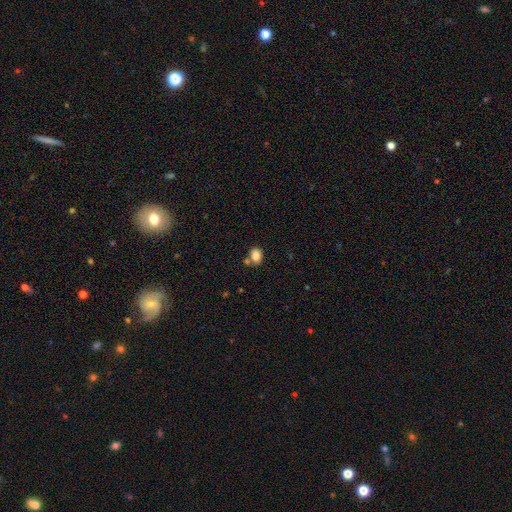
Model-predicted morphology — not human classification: Smooth or featured: smooth — 84% (star or artifact — 10%)
How rounded: in between — 63% (round — 36%)
Merging: none — 61% (merger — 19%)